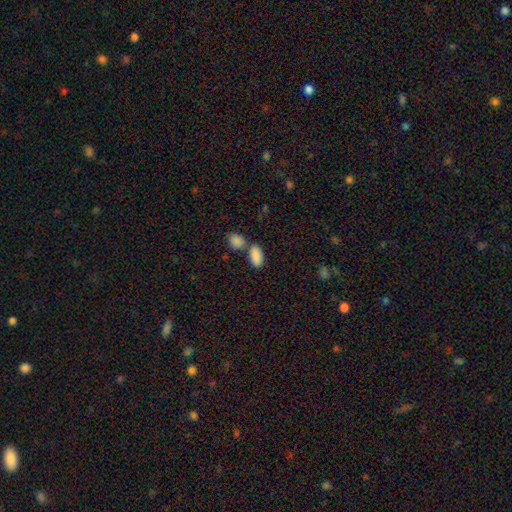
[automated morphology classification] This appears to be a smooth galaxy with no disk features (88%) that is in between round and cigar-shaped (93%). Merging: none (58%).